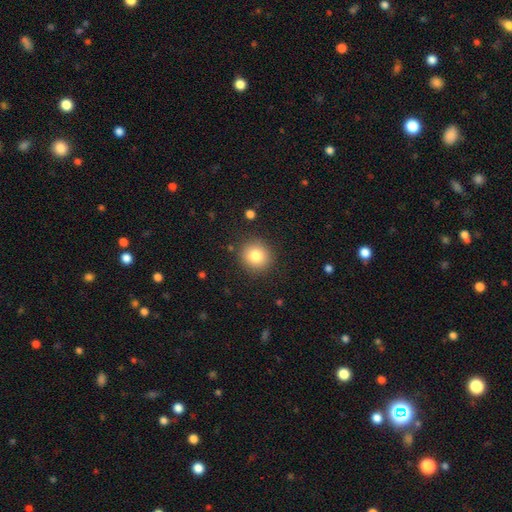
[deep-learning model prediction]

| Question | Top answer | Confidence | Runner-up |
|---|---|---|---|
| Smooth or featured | smooth | 80% | star or artifact (11%) |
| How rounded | round | 92% | in between (7%) |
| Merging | none | 89% | minor disturbance (7%) |